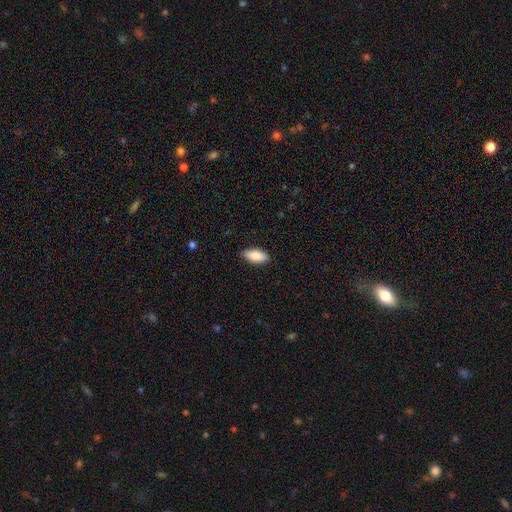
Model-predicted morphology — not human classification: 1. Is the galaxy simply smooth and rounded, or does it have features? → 87% smooth, 7% featured or disk, 6% star or artifact.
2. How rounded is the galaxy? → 89% in between, 9% cigar-shaped, 2% round.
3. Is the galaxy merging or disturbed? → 88% none, 9% minor disturbance, 2% major disturbance, 1% merger.